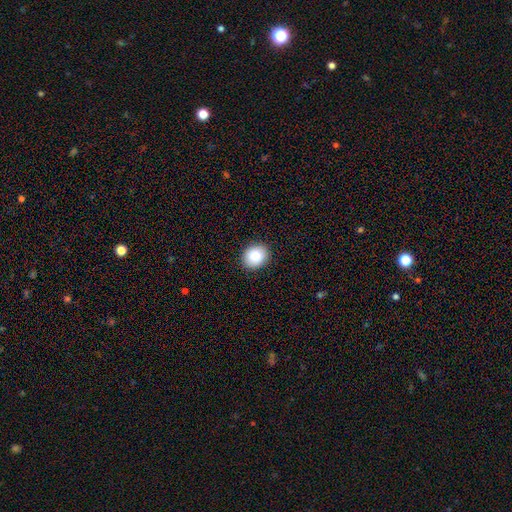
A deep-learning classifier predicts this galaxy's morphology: This appears to be a smooth galaxy with no disk features (83%) that is round (63%). Merging: none (90%).